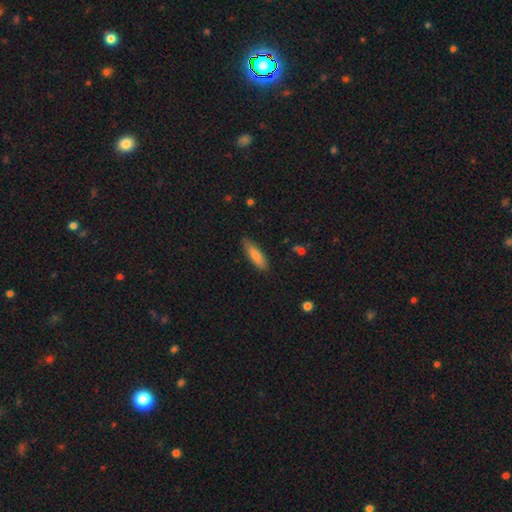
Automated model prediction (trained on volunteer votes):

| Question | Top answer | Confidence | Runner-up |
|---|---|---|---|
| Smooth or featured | smooth | 81% | featured or disk (14%) |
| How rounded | cigar-shaped | 55% | in between (44%) |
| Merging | none | 82% | minor disturbance (15%) |